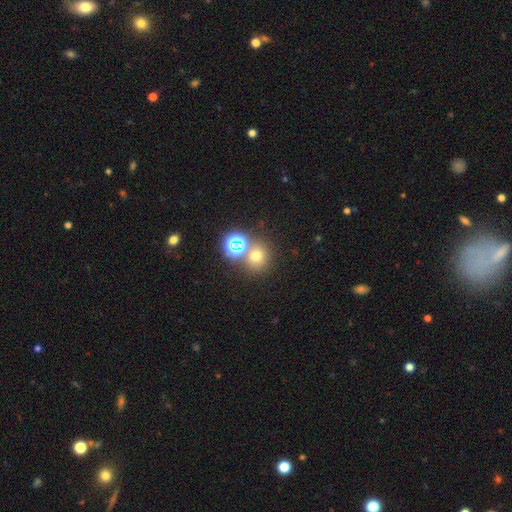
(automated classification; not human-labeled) Smooth or featured?
  - smooth: 62% *
  - star or artifact: 29%
  - featured or disk: 9%
How rounded?
  - round: 85% *
  - in between: 14%
  - cigar-shaped: 1%
Merging?
  - none: 66% *
  - merger: 23%
  - minor disturbance: 8%
  - major disturbance: 4%